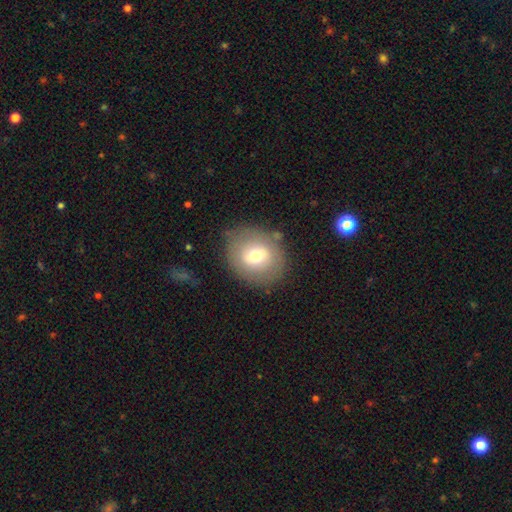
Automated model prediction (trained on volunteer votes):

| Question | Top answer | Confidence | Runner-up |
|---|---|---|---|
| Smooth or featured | smooth | 66% | featured or disk (24%) |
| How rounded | round | 67% | in between (32%) |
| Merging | none | 78% | minor disturbance (14%) |